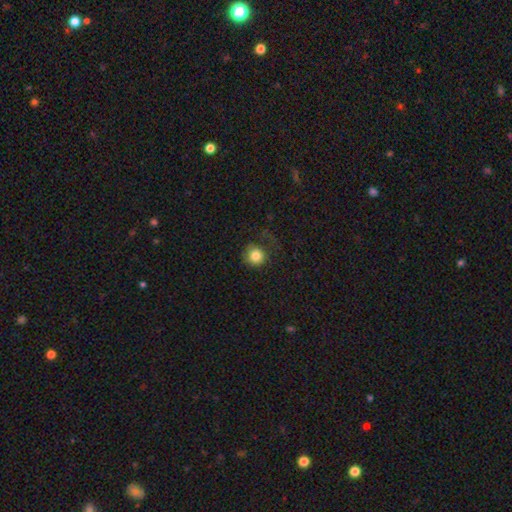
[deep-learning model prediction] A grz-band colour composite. It shows a smooth galaxy with no disk features (82%) that is round (91%). Merging: none (64%).